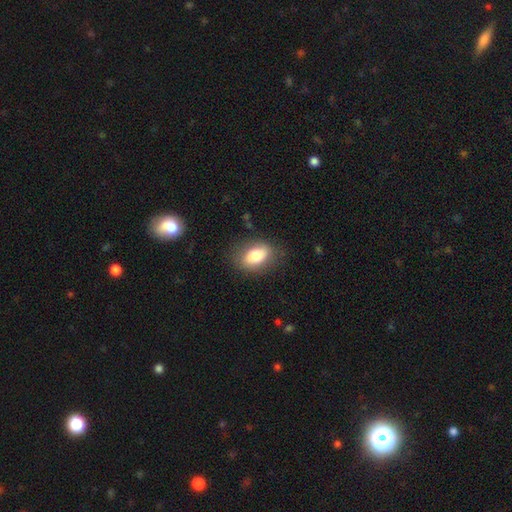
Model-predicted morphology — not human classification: Q: Smooth or featured?
A: smooth (78%); runner-up: featured or disk (15%)
Q: How rounded?
A: in between (85%); runner-up: round (13%)
Q: Merging?
A: none (79%); runner-up: minor disturbance (15%)